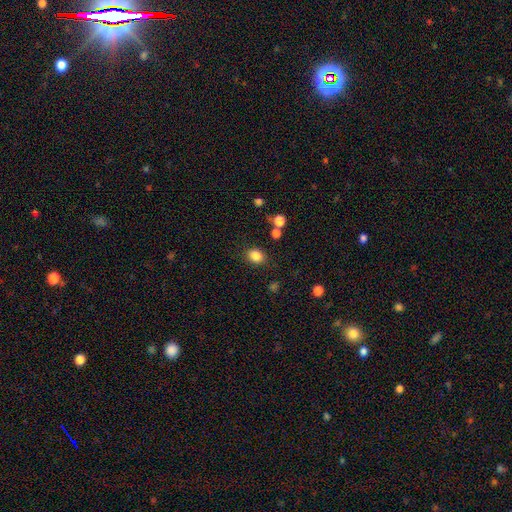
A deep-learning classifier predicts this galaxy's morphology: This appears to be a smooth galaxy with no disk features (84%) that is round (55%). Merging: none (84%).